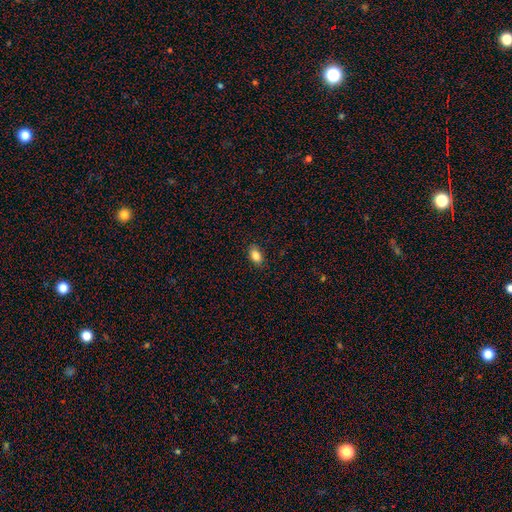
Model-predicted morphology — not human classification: smooth-or-featured: smooth: 86% | star or artifact: 8% | featured or disk: 6%
  how-rounded: in between: 90% | round: 7% | cigar-shaped: 2%
  merging: none: 88% | minor disturbance: 9% | major disturbance: 2% | merger: 1%